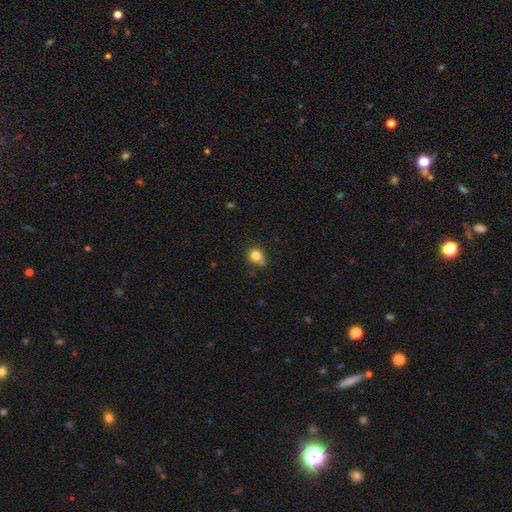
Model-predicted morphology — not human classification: Smooth or featured?
  - smooth: 81% *
  - star or artifact: 12%
  - featured or disk: 7%
How rounded?
  - round: 80% *
  - in between: 19%
  - cigar-shaped: 1%
Merging?
  - none: 67% *
  - minor disturbance: 18%
  - merger: 11%
  - major disturbance: 4%